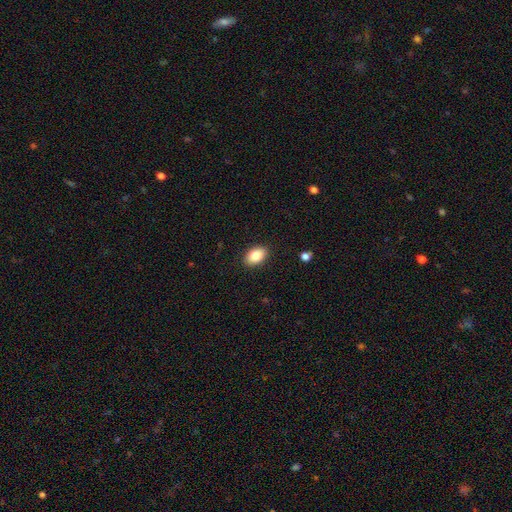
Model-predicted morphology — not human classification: type=smooth (85%); roundness=in between (88%); merging=none (89%).